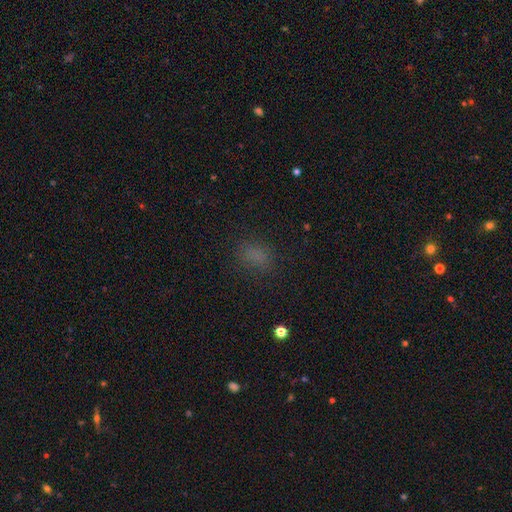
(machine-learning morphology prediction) type=smooth (75%); roundness=in between (70%); merging=none (81%).